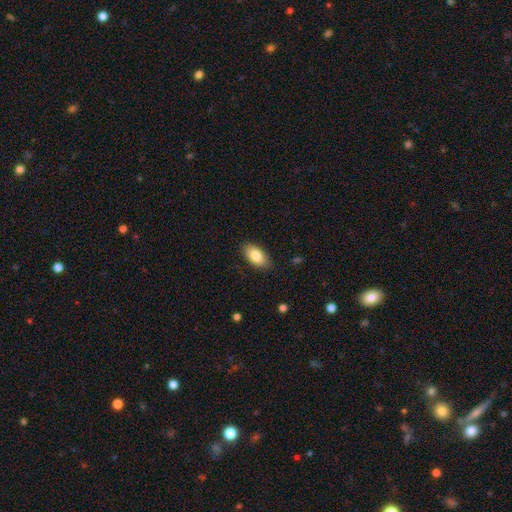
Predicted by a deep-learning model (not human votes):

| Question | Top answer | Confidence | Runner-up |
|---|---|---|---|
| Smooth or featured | smooth | 84% | featured or disk (9%) |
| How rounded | in between | 94% | round (4%) |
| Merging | none | 85% | minor disturbance (11%) |